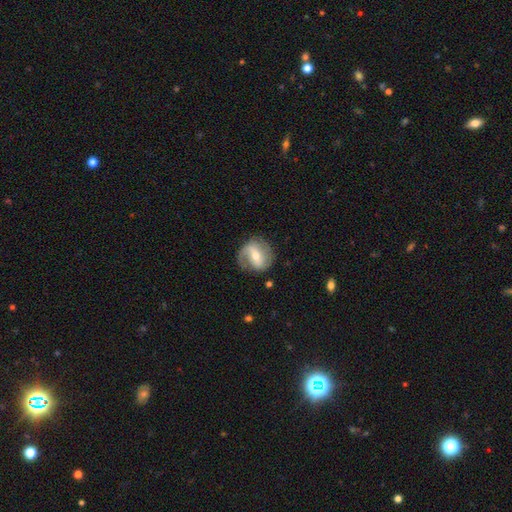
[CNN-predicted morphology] Smooth or featured: featured or disk — 76% (smooth — 19%)
Edge-on disk: no — 97% (yes — 3%)
Bar: weak — 42% (strong — 32%)
Spiral arms: yes — 90% (no — 10%)
Spiral winding: medium — 43% (loose — 30%)
Spiral arm count: 2 — 69% (1 — 19%)
Bulge size: moderate — 54% (small — 41%)
Merging: none — 73% (minor disturbance — 16%)